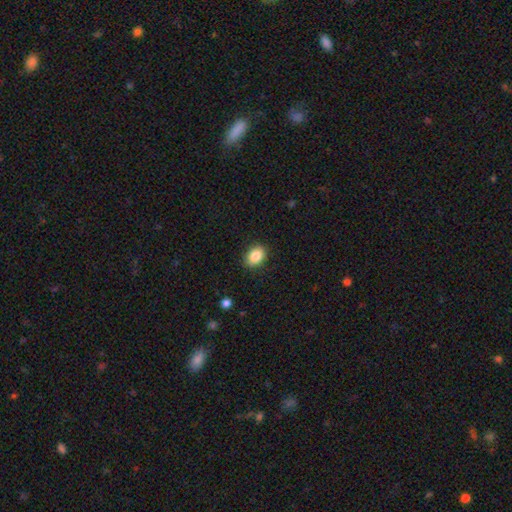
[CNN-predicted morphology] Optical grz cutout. It shows a smooth galaxy with no disk features (86%) that is in between round and cigar-shaped (67%). Merging: none (89%).